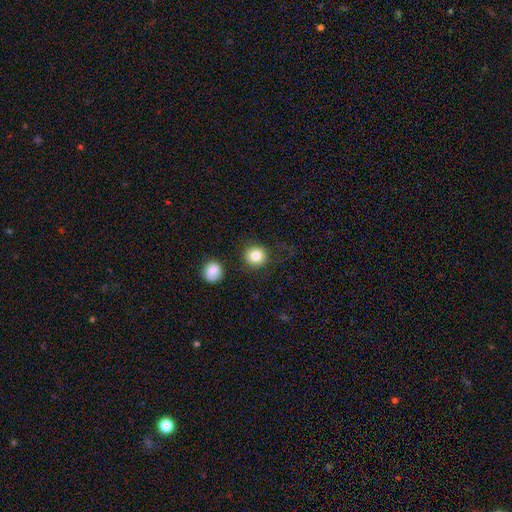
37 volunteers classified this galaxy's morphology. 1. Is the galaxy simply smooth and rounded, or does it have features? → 89% smooth, 5% featured or disk, 5% star or artifact.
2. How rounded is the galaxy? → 88% round, 9% in between, 3% cigar-shaped.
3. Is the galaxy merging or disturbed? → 89% none, 6% minor disturbance, 3% major disturbance, 3% merger.